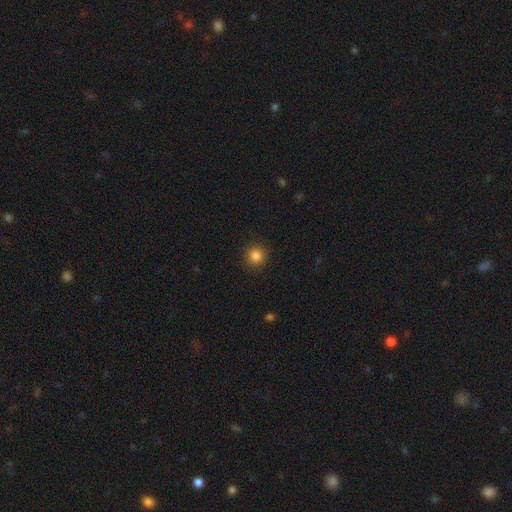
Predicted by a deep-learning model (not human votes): This is clearly a smooth galaxy (84%). How rounded: clearly round (94%). Merging: clearly none (92%).